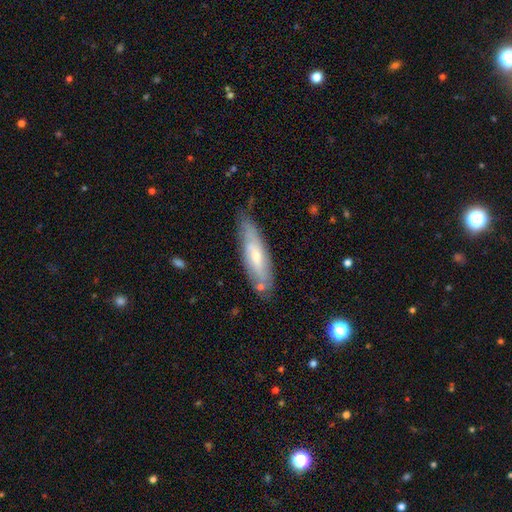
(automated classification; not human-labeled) This is possibly a featured or disk galaxy (50%). It is possibly not viewed edge-on (56%). Merging: likely none (71%).